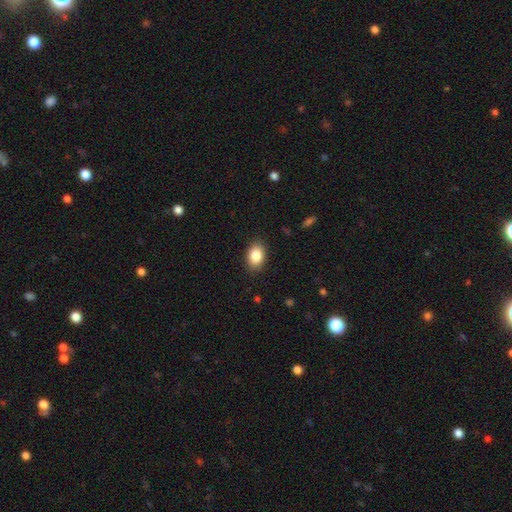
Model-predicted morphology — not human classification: smooth_or_featured: smooth (p=0.85) [alt: star or artifact p=0.08]
how_rounded: in between (p=0.81) [alt: round p=0.18]
merging: none (p=0.88) [alt: minor disturbance p=0.09]